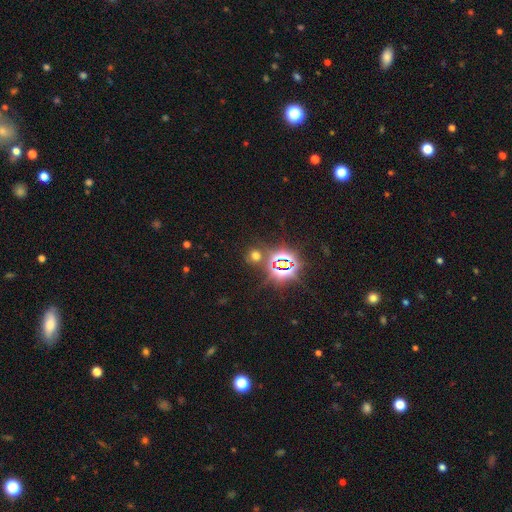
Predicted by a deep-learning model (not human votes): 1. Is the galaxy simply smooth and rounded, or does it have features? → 48% star or artifact, 44% smooth, 7% featured or disk.